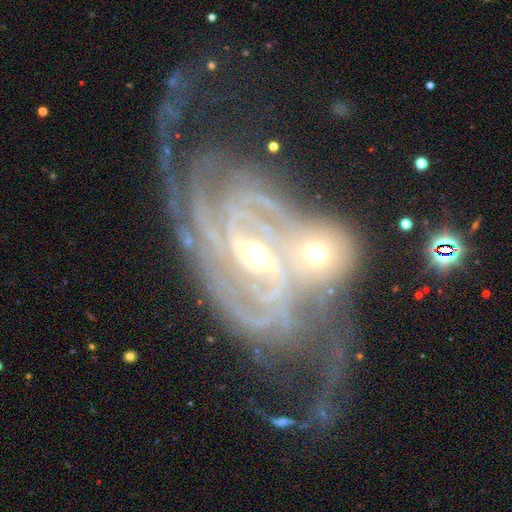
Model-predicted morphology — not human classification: The model was most divided on "merging": merger: 36%, none: 33%, major disturbance: 15%, minor disturbance: 15%. Remaining: spiral arms — yes (98%); edge-on disk — no (96%); smooth or featured — featured or disk (92%); spiral winding — tight (55%); bulge size — small (49%); bar — strong (40%); spiral arm count — 2 (40%).